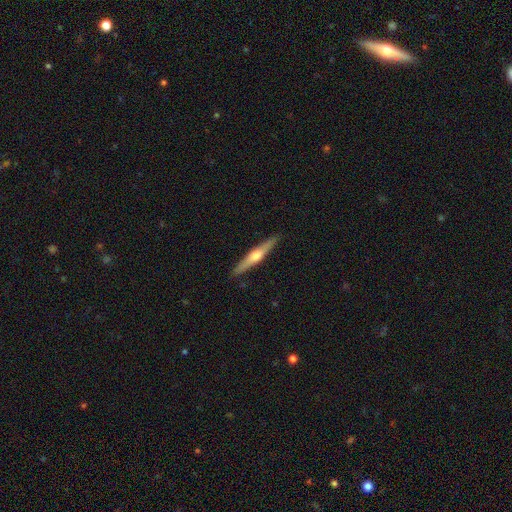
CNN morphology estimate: A featured or disk galaxy (62%) viewed edge-on (97%) with a rounded central bulge (91%).

Vote fractions:
- Smooth or featured? featured or disk: 62% / smooth: 32% / star or artifact: 5%
- Edge-on disk? yes: 97% / no: 3%
- Edge-on bulge? rounded: 91% / none: 5% / boxy: 4%
- Merging? none: 91% / minor disturbance: 7% / major disturbance: 1% / merger: 1%